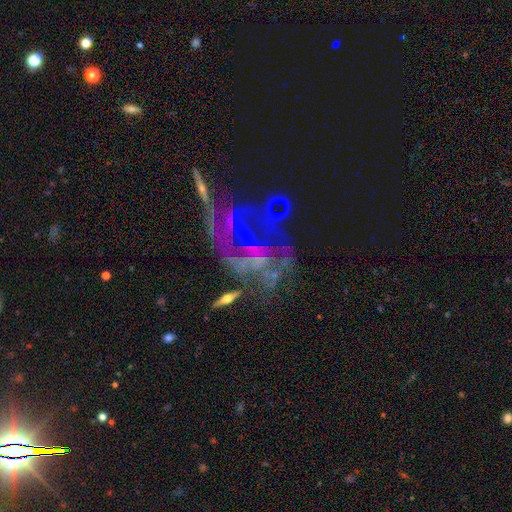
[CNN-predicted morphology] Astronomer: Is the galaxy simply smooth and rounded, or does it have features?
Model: featured or disk — 66%.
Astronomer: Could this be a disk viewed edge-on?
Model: no — 95%.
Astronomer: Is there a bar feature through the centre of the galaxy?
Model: no — 74%.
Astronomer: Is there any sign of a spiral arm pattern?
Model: no — 54% (runner-up: yes, 46%).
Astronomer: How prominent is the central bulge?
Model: none — 69%.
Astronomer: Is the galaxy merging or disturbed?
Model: major disturbance — 44% (runner-up: none, 25%).